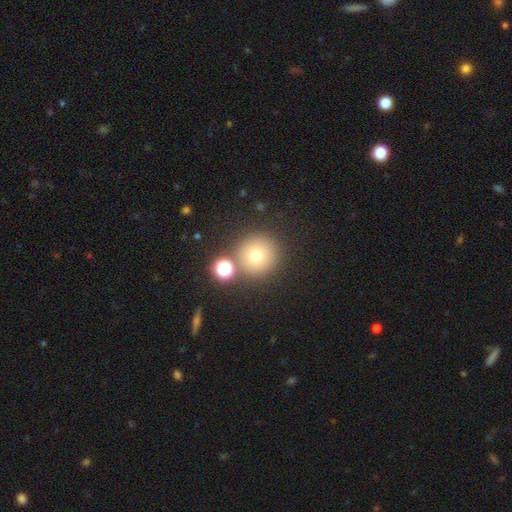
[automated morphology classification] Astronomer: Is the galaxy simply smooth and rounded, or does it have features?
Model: smooth — 71%.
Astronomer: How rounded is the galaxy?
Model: round — 94%.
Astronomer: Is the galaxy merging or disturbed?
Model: none — 77%.